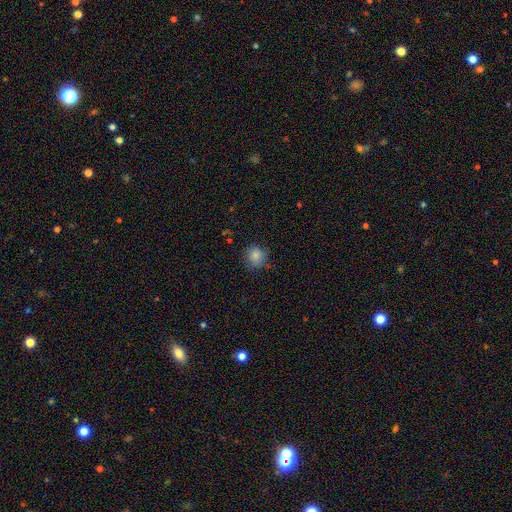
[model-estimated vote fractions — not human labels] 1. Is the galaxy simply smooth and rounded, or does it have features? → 84% smooth, 10% star or artifact, 6% featured or disk.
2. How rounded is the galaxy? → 89% round, 10% in between, 1% cigar-shaped.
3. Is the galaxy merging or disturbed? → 82% none, 14% minor disturbance, 3% major disturbance, 1% merger.